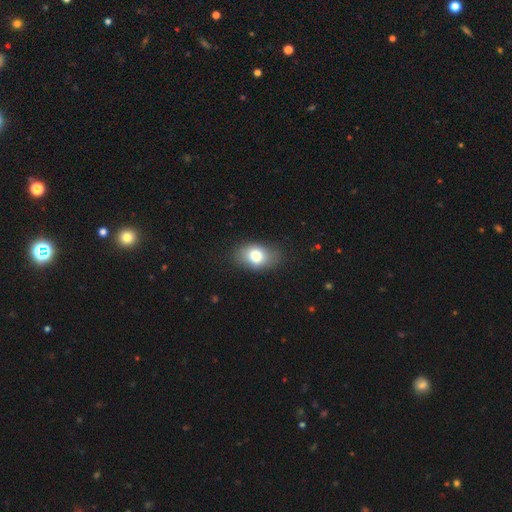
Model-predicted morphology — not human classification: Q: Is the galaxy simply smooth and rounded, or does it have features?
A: smooth — 78%.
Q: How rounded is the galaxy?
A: in between — 82%.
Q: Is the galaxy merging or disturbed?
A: none — 79%.